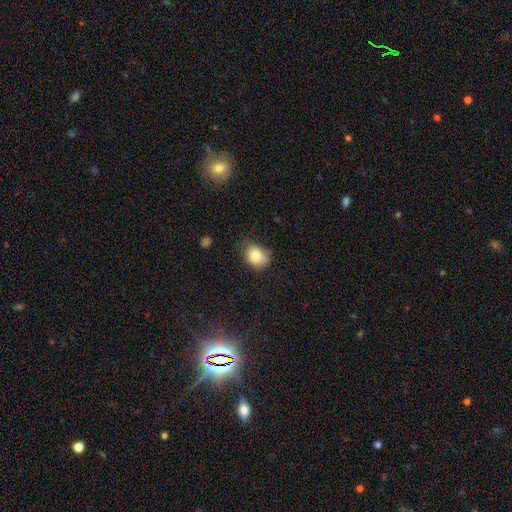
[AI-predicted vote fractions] Smooth or featured? smooth (80%)
How rounded? round (50%)
Merging? none (58%)